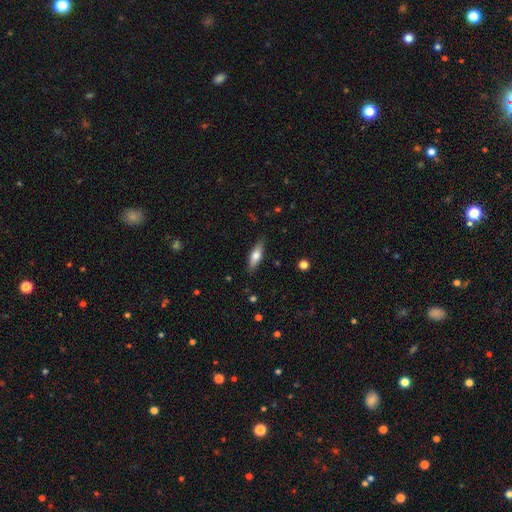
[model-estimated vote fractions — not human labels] The model was most divided on "how rounded": cigar-shaped: 50%, in between: 47%, round: 2%. More confident: merging — none (85%); smooth or featured — smooth (62%).